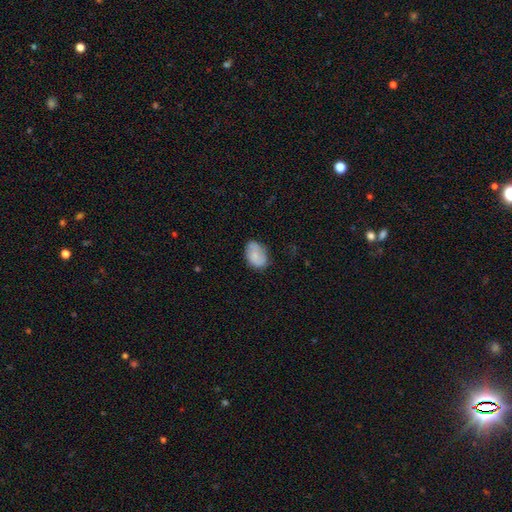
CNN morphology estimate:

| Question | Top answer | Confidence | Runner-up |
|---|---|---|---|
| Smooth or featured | smooth | 74% | featured or disk (19%) |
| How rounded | in between | 86% | round (13%) |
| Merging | none | 66% | minor disturbance (26%) |